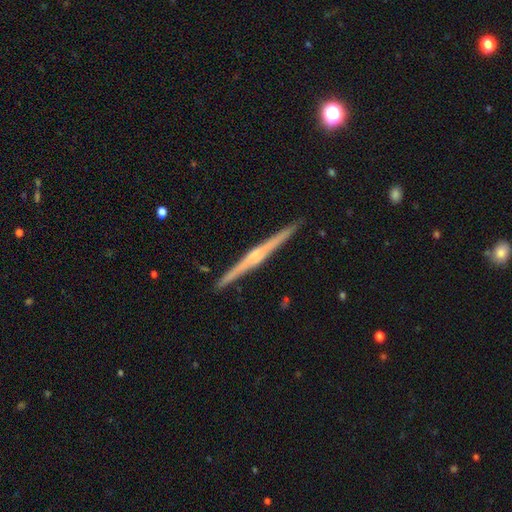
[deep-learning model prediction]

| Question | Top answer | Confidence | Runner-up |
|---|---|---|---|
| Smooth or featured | featured or disk | 82% | smooth (13%) |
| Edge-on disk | yes | 98% | no (2%) |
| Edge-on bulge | rounded | 67% | none (19%) |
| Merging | none | 92% | minor disturbance (5%) |